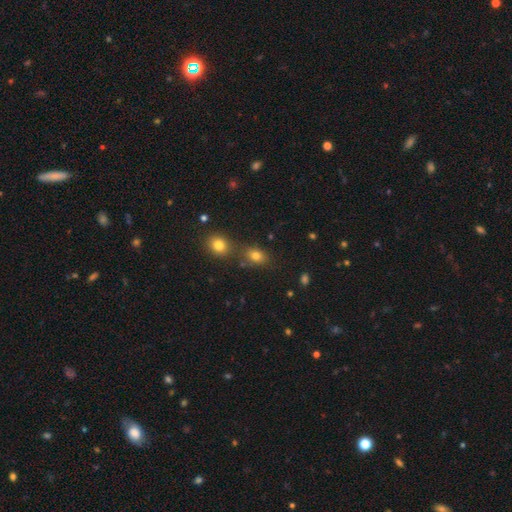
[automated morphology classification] This appears to be a smooth galaxy with no disk features (77%) that is in between round and cigar-shaped (66%). Merging: none (63%).